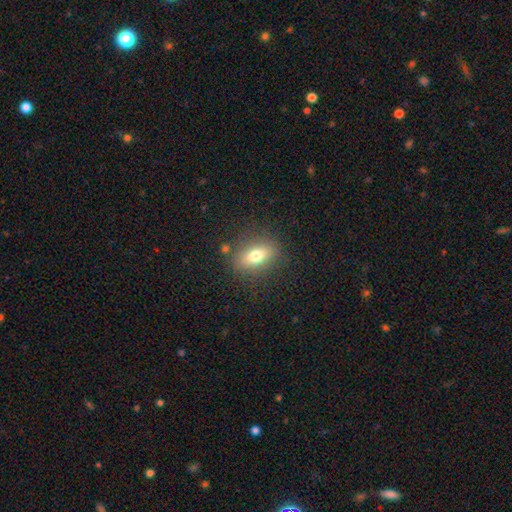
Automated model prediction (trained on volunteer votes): A smooth galaxy with no disk features (69%) that is in between round and cigar-shaped (75%). Merging: none (83%).